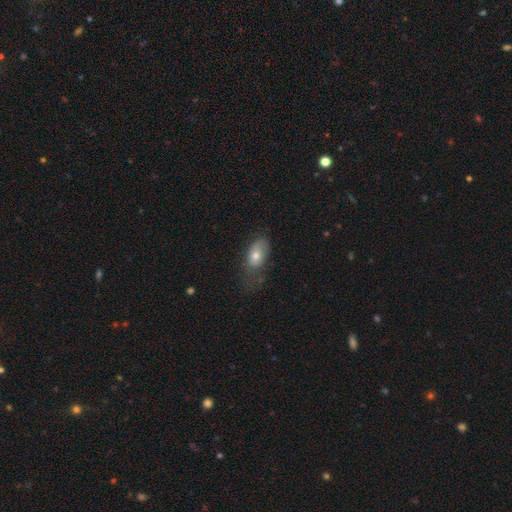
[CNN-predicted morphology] type=smooth (68%); roundness=in between (87%); merging=none (37%).